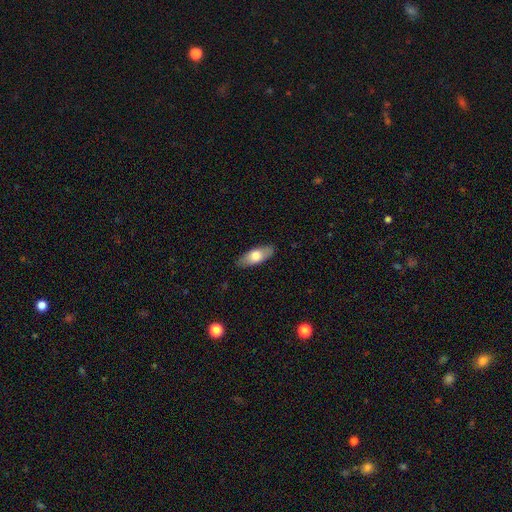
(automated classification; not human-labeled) A smooth galaxy with no disk features (68%) that is in between round and cigar-shaped (76%).

Vote fractions:
- Smooth or featured? smooth: 68% / featured or disk: 26% / star or artifact: 6%
- How rounded? in between: 76% / cigar-shaped: 21% / round: 3%
- Merging? none: 86% / minor disturbance: 11% / major disturbance: 2% / merger: 1%